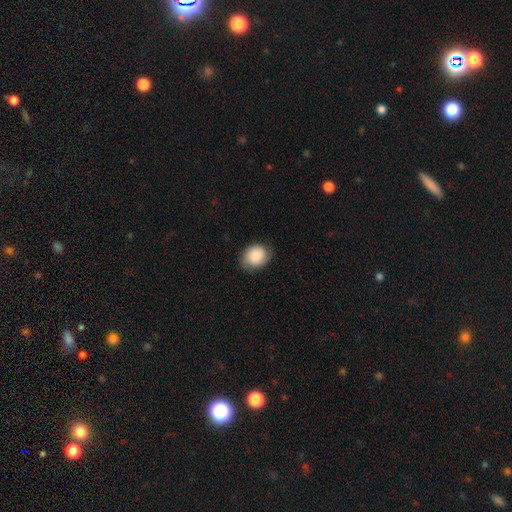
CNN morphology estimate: Smooth or featured?
  - smooth: 83% *
  - featured or disk: 10%
  - star or artifact: 7%
How rounded?
  - round: 53% *
  - in between: 47%
  - cigar-shaped: 1%
Merging?
  - none: 78% *
  - minor disturbance: 17%
  - major disturbance: 4%
  - merger: 1%